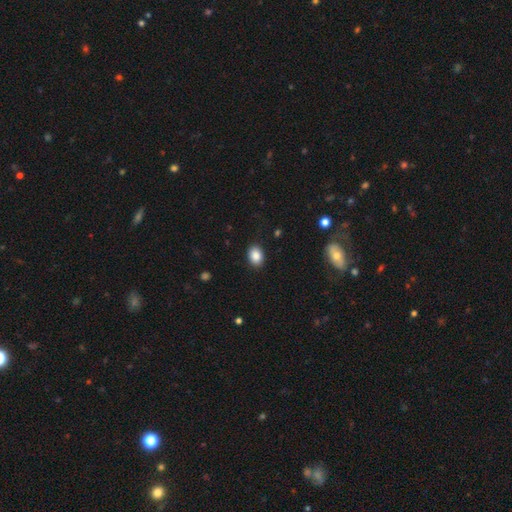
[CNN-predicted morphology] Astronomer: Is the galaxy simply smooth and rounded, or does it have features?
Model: smooth — 87%.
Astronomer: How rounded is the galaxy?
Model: in between — 74%.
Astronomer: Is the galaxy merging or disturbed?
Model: none — 89%.